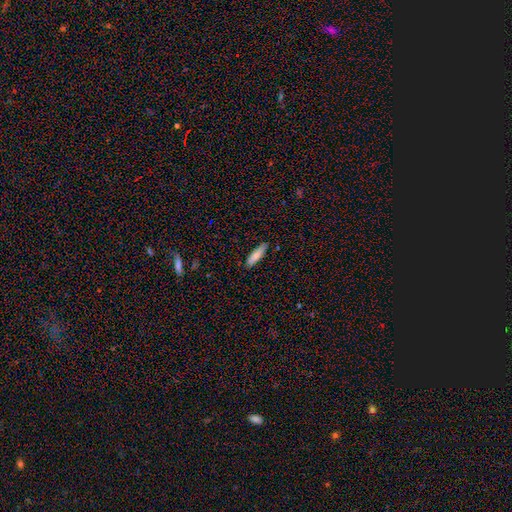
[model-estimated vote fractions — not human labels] The model was most divided on "how rounded": cigar-shaped: 63%, in between: 36%, round: 2%. More confident: merging — none (87%); smooth or featured — smooth (80%).